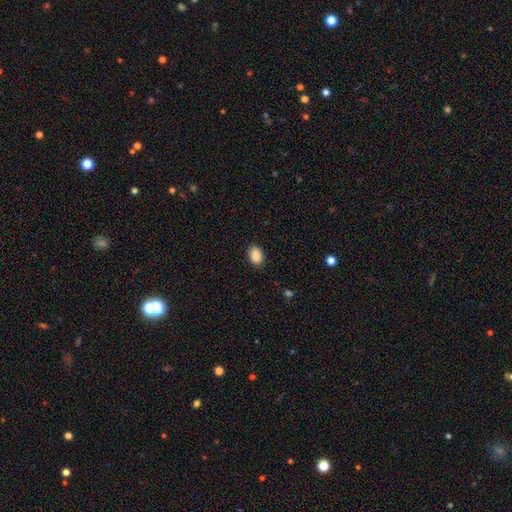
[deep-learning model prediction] smooth 89%, star or artifact 8%, featured or disk 3%. Down the decision tree: how rounded — in between (82%); merging — none (87%).